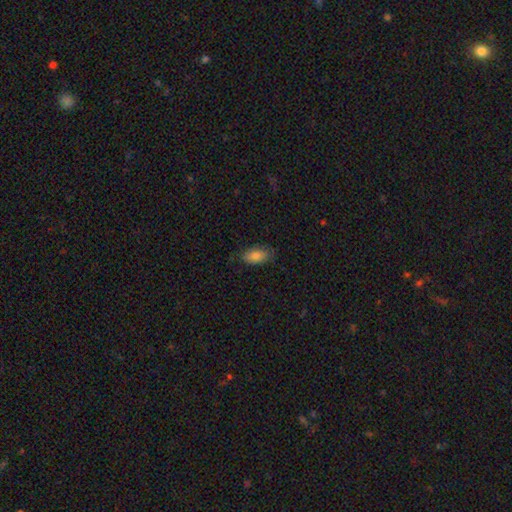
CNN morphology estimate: Smooth or featured: smooth — 84% (featured or disk — 8%)
How rounded: in between — 92% (round — 4%)
Merging: none — 80% (minor disturbance — 16%)